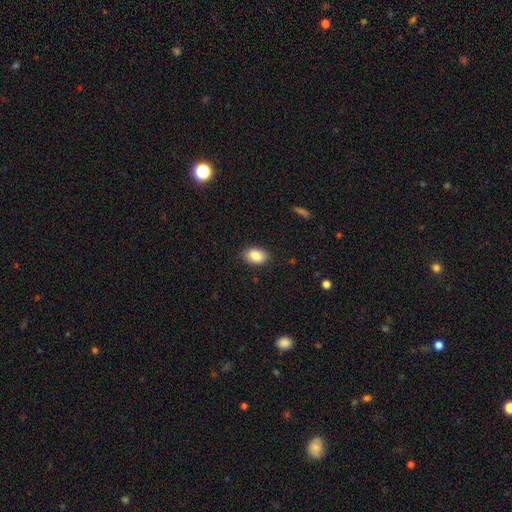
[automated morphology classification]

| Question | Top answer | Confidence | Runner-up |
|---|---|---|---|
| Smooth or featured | smooth | 87% | star or artifact (7%) |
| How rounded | in between | 85% | round (14%) |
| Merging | none | 87% | minor disturbance (10%) |